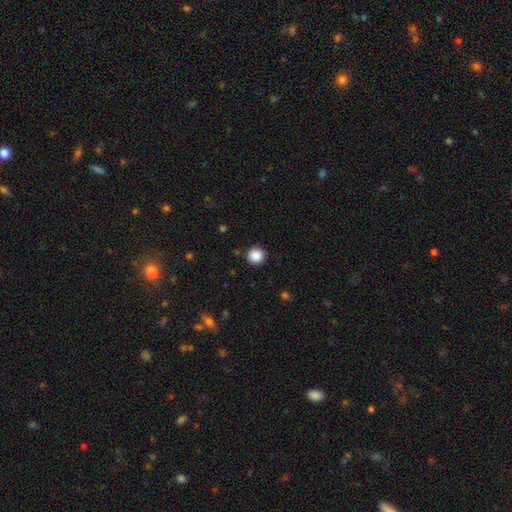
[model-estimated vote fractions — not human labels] Overall: smooth (88%). How rounded: round (93%). Merging: none (91%).